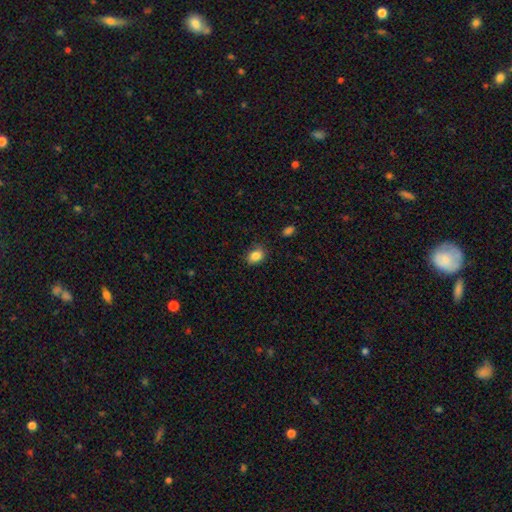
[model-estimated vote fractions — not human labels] Smooth or featured?
  - smooth: 85% *
  - star or artifact: 9%
  - featured or disk: 6%
How rounded?
  - in between: 67% *
  - round: 31%
  - cigar-shaped: 1%
Merging?
  - none: 80% *
  - minor disturbance: 16%
  - major disturbance: 3%
  - merger: 1%